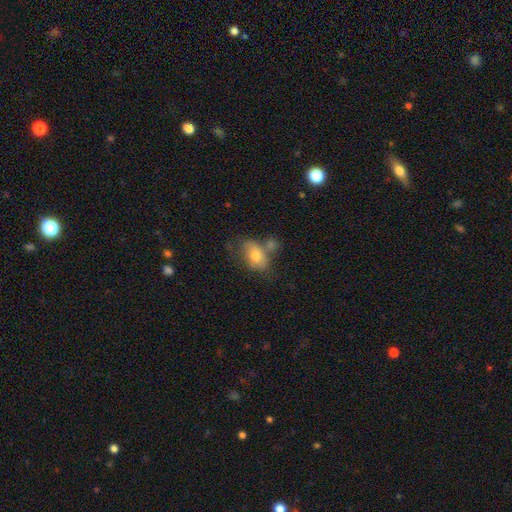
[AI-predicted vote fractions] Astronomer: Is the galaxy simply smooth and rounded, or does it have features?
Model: smooth — 71%.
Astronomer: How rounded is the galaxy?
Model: in between — 80%.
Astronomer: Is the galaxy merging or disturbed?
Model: none — 41% (runner-up: merger, 25%).